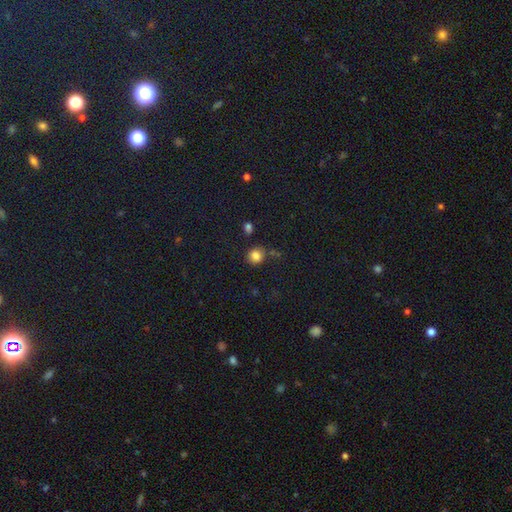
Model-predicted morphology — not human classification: Q: Smooth or featured?
A: smooth (83%); runner-up: star or artifact (12%)
Q: How rounded?
A: round (86%); runner-up: in between (14%)
Q: Merging?
A: none (76%); runner-up: minor disturbance (12%)